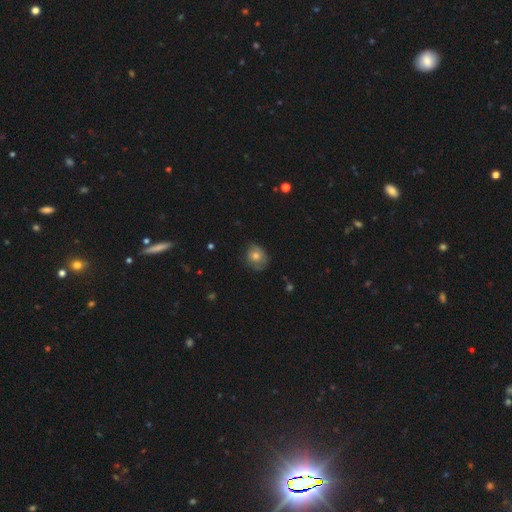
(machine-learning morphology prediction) Smooth or featured: smooth — 64% (featured or disk — 27%)
How rounded: round — 68% (in between — 31%)
Merging: none — 64% (minor disturbance — 27%)